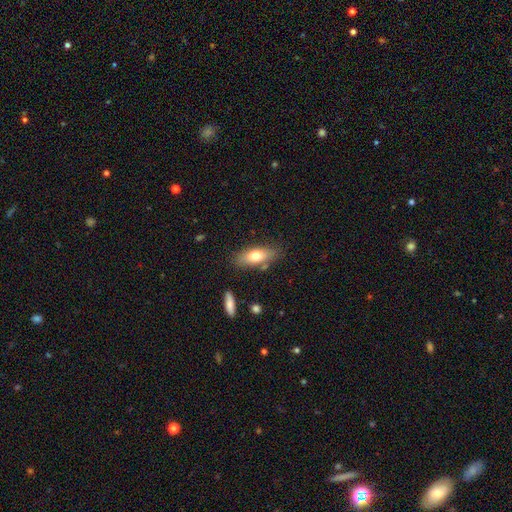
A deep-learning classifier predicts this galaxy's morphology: Smooth or featured?
  - smooth: 70% *
  - featured or disk: 23%
  - star or artifact: 7%
How rounded?
  - in between: 74% *
  - cigar-shaped: 23%
  - round: 3%
Merging?
  - none: 76% *
  - minor disturbance: 15%
  - merger: 5%
  - major disturbance: 4%